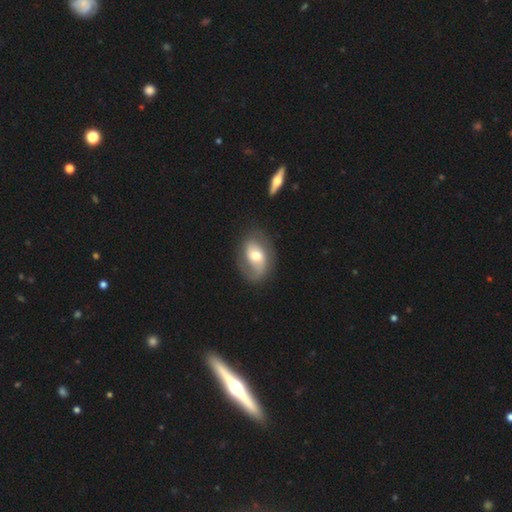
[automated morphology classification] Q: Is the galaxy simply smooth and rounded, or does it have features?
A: featured or disk — 62%.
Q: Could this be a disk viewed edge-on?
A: no — 95%.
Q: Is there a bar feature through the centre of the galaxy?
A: no — 50%.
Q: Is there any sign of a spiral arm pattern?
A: yes — 80%.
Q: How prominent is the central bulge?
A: moderate — 68%.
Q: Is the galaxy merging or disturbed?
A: none — 70%.